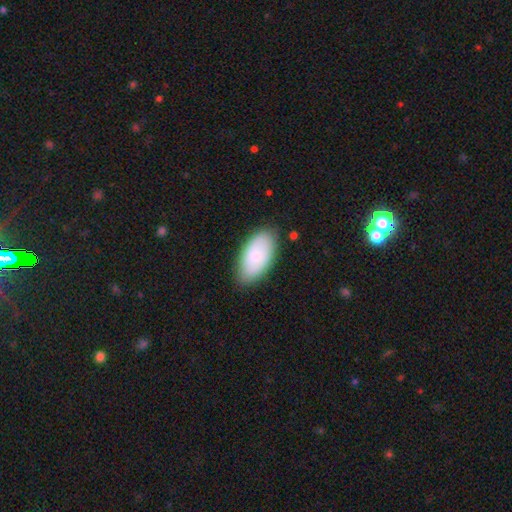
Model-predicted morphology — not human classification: smooth-or-featured: smooth: 80% | featured or disk: 14% | star or artifact: 6%
  how-rounded: in between: 95% | cigar-shaped: 3% | round: 2%
  merging: none: 83% | minor disturbance: 13% | major disturbance: 3% | merger: 1%